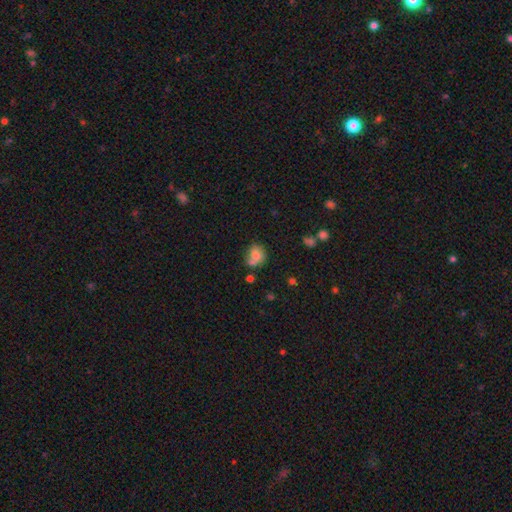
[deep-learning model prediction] smooth_or_featured: smooth (p=0.71) [alt: featured or disk p=0.18]
how_rounded: round (p=0.63) [alt: in between p=0.36]
merging: none (p=0.44) [alt: merger p=0.27]